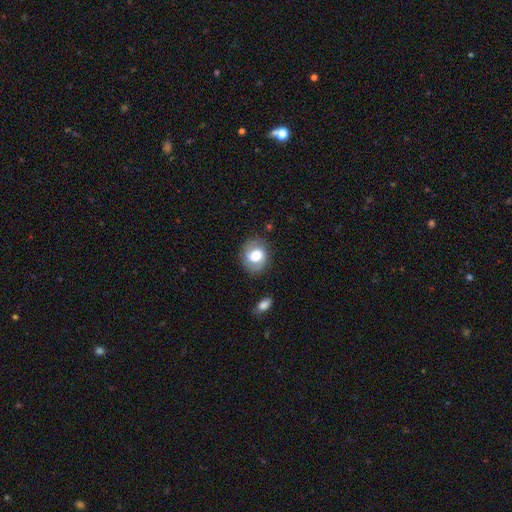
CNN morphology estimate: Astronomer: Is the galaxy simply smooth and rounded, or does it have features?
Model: smooth — 49% (runner-up: featured or disk, 42%).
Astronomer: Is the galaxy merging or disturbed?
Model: none — 76%.